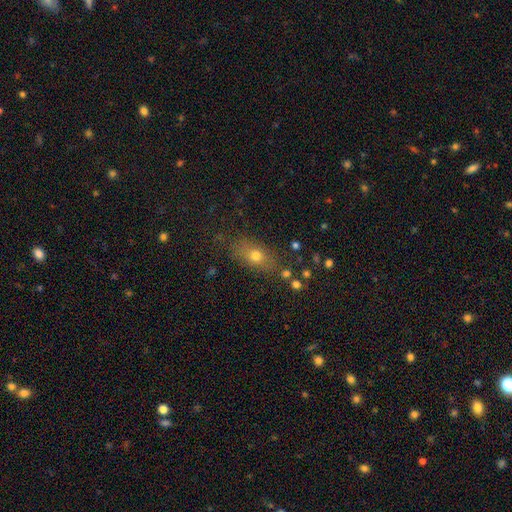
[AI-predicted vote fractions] Smooth or featured? Predicted: smooth (p=0.70). How rounded? Predicted: in between (p=0.68). Merging? Predicted: none (p=0.74).